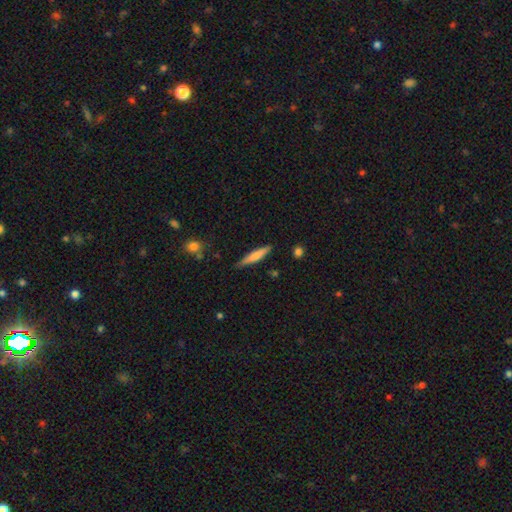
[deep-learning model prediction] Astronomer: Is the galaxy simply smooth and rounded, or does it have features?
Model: smooth — 67%.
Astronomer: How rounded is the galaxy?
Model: cigar-shaped — 88%.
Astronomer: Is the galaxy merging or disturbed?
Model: none — 82%.